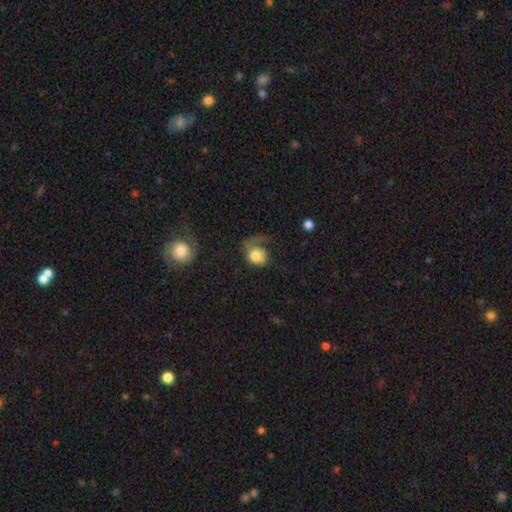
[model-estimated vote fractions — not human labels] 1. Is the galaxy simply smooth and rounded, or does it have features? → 57% smooth, 35% featured or disk, 8% star or artifact.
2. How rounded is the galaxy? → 62% round, 37% in between, 1% cigar-shaped.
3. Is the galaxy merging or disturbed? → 48% major disturbance, 29% none, 19% minor disturbance, 4% merger.